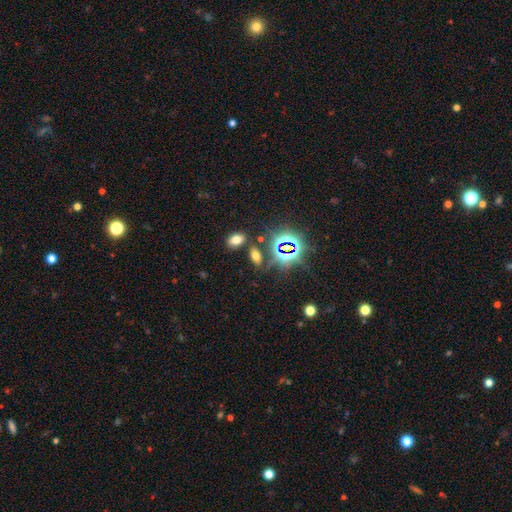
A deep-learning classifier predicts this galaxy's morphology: This is possibly a smooth galaxy (53%). How rounded: clearly in between (87%). Merging: likely none (78%).